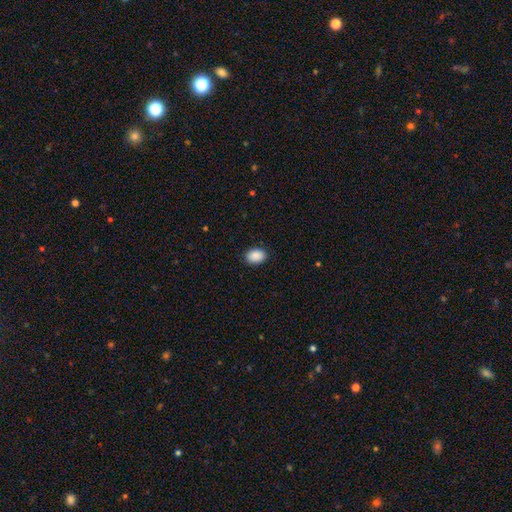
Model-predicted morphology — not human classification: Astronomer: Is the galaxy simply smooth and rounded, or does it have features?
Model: smooth — 90%.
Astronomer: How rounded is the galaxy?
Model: in between — 78%.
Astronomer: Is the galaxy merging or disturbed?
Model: none — 89%.